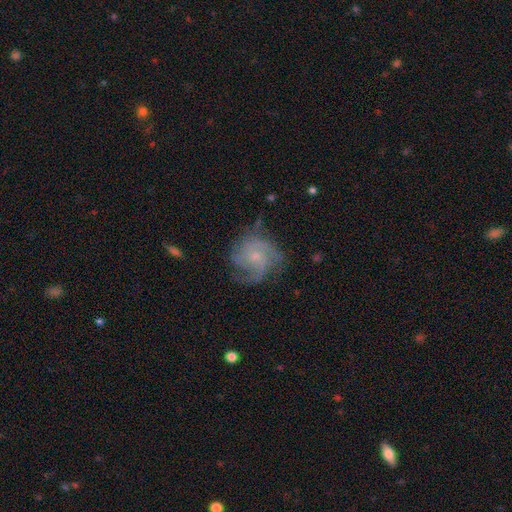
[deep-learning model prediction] A featured or disk galaxy (80%) with no bar (76%), 3 (37%) medium (44%) spiral arms (94%) and a small central bulge (70%).

Vote fractions:
- Smooth or featured? featured or disk: 80% / smooth: 13% / star or artifact: 7%
- Edge-on disk? no: 98% / yes: 2%
- Bar? no: 76% / weak: 21% / strong: 3%
- Spiral arms? yes: 94% / no: 6%
- Spiral winding? medium: 44% / tight: 41% / loose: 15%
- Spiral arm count? 3: 37% / can't tell: 20% / 4: 18% / 2: 13% / 1: 6% / more than 4: 6%
- Bulge size? small: 70% / moderate: 23% / none: 5% / large: 1% / dominant: 1%
- Merging? none: 67% / minor disturbance: 20% / major disturbance: 11% / merger: 1%